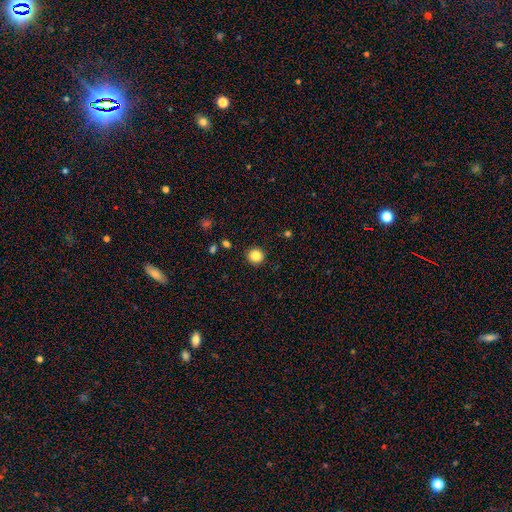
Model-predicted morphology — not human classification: The model was most divided on "smooth or featured": smooth: 85%, star or artifact: 10%, featured or disk: 4%. More confident: merging — none (92%); how rounded — round (90%).